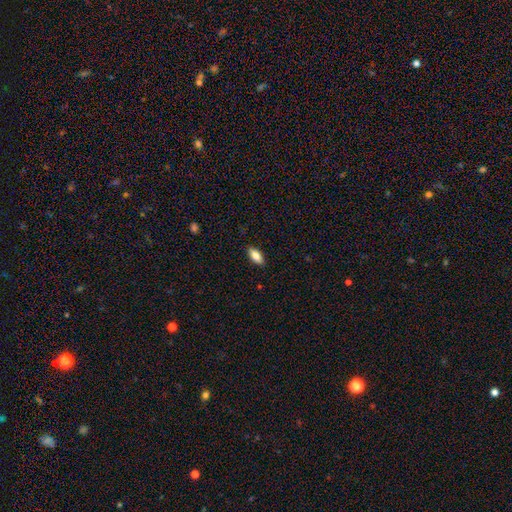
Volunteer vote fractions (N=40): A smooth galaxy with no disk features (75%) that is in between round and cigar-shaped (80%). Merging: none (86%).